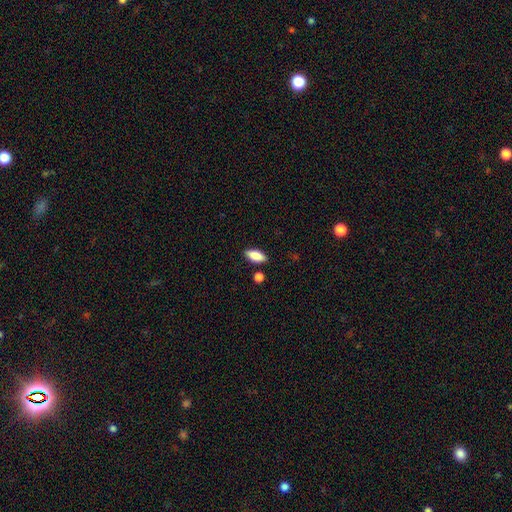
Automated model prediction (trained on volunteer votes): smooth_or_featured: smooth (p=0.86) [alt: featured or disk p=0.07]
how_rounded: in between (p=0.86) [alt: cigar-shaped p=0.12]
merging: none (p=0.85) [alt: minor disturbance p=0.10]